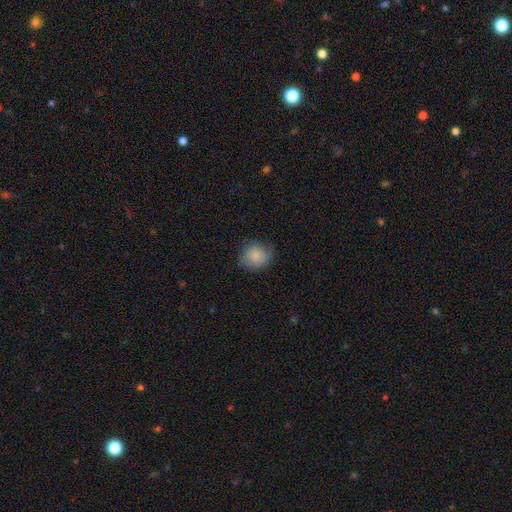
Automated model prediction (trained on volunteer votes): This is clearly a smooth galaxy (81%). How rounded: clearly round (80%). Merging: likely none (72%).